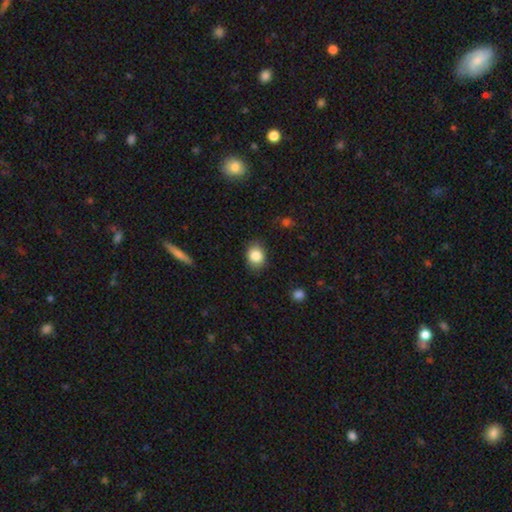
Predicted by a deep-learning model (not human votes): A smooth galaxy with no disk features (85%) that is in between round and cigar-shaped (50%). Merging: none (84%).